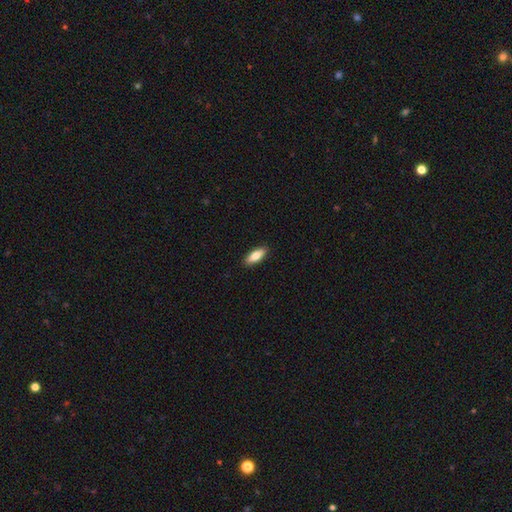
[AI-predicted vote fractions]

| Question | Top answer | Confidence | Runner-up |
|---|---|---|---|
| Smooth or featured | smooth | 78% | featured or disk (17%) |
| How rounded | in between | 68% | cigar-shaped (30%) |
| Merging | none | 90% | minor disturbance (7%) |